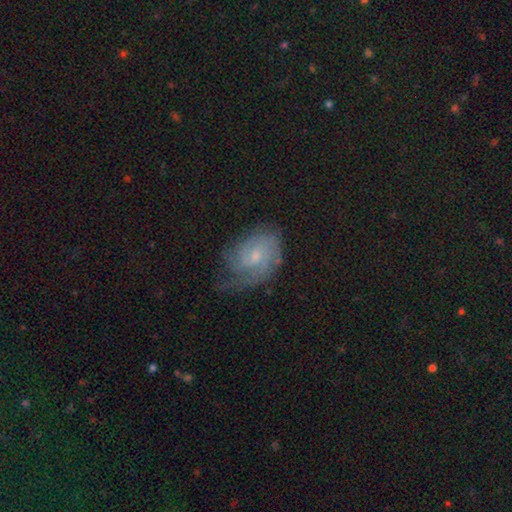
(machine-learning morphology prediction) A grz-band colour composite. It shows a featured or disk galaxy (73%) with no bar (55%), tight (56%) spiral arms (93%) and a small central bulge (56%). Merging: none (53%).